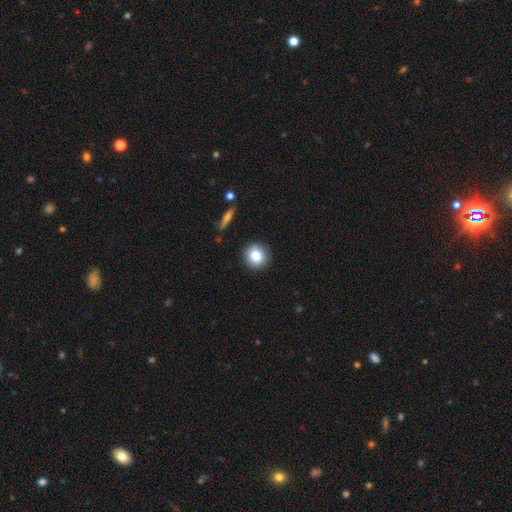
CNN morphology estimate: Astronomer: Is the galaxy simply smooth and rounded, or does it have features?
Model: smooth — 81%.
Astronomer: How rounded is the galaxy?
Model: round — 91%.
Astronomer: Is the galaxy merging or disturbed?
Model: none — 90%.